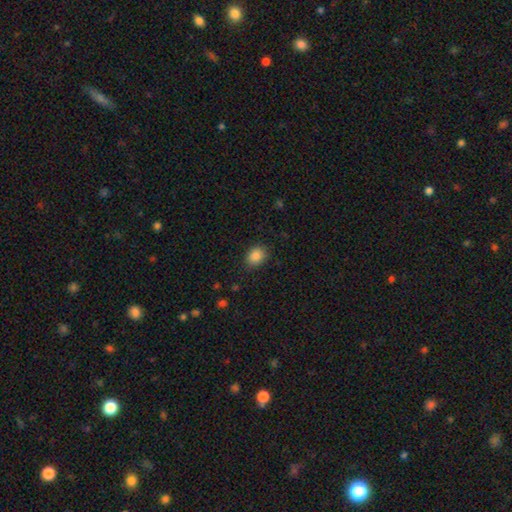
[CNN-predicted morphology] smooth-or-featured: smooth: 87% | star or artifact: 9% | featured or disk: 4%
  how-rounded: in between: 55% | round: 44% | cigar-shaped: 1%
  merging: none: 84% | minor disturbance: 12% | major disturbance: 3% | merger: 1%